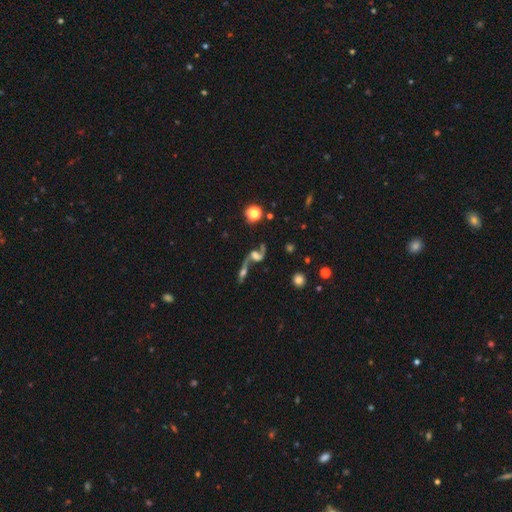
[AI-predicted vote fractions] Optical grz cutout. It shows a featured or disk galaxy (76%) with no bar (51%), 2 (89%) loose (86%) spiral arms (91%) and a moderate central bulge (31%). Merging: merger (40%).